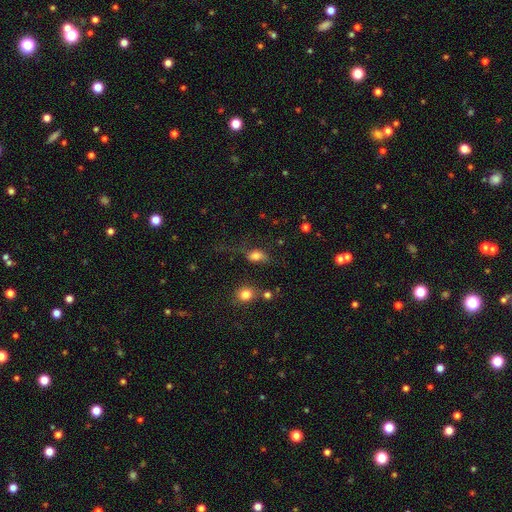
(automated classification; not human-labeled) Smooth or featured? Predicted: smooth (p=0.73). How rounded? Predicted: in between (p=0.78). Merging? Predicted: none (p=0.39).